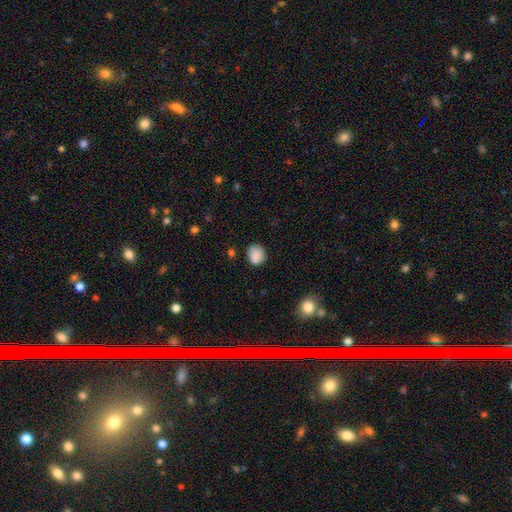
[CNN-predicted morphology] type=smooth (85%); roundness=round (68%); merging=none (72%).